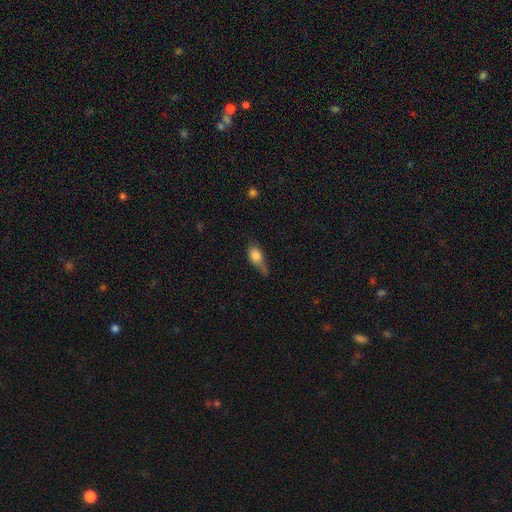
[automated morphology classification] smooth-or-featured: smooth: 77% | featured or disk: 16% | star or artifact: 8%
  how-rounded: in between: 76% | cigar-shaped: 14% | round: 10%
  merging: minor disturbance: 41% | none: 34% | major disturbance: 19% | merger: 6%